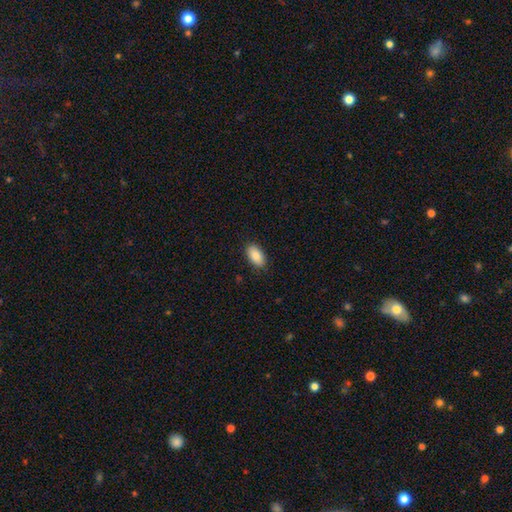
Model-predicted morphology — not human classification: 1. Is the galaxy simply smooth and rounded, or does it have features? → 89% smooth, 7% star or artifact, 5% featured or disk.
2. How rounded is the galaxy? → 94% in between, 3% round, 3% cigar-shaped.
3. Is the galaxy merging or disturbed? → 88% none, 9% minor disturbance, 2% major disturbance, 1% merger.